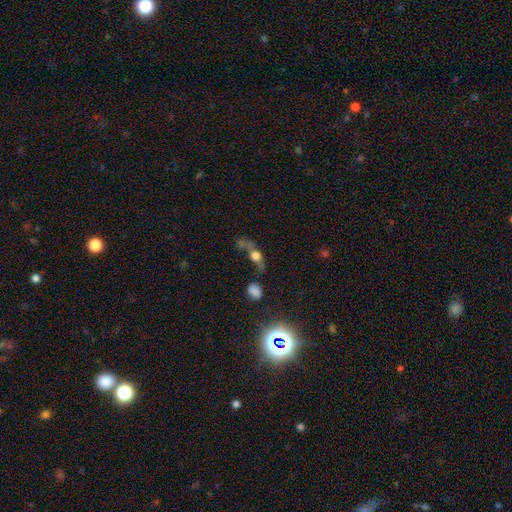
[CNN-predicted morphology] A smooth galaxy with no disk features (46%). Merging: none (32%).